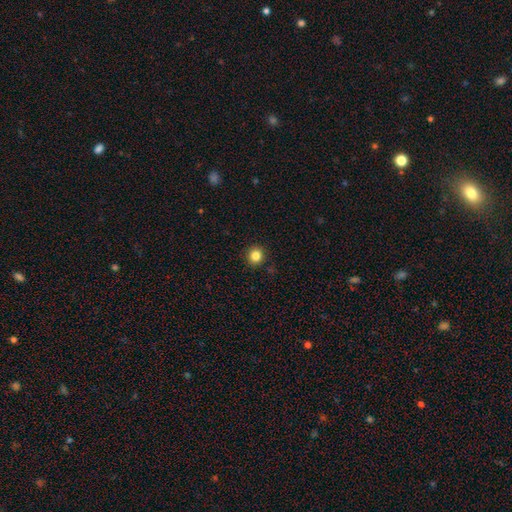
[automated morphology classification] Smooth or featured: smooth — 84% (star or artifact — 12%)
How rounded: round — 92% (in between — 7%)
Merging: none — 92% (minor disturbance — 5%)